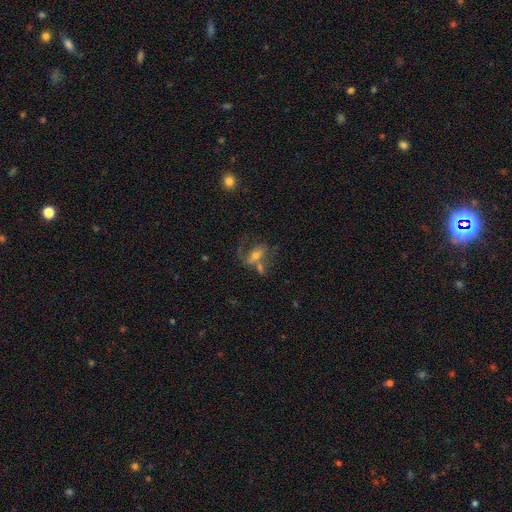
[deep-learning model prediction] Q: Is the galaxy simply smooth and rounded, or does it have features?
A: featured or disk — 50%.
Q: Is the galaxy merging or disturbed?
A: none — 32%.